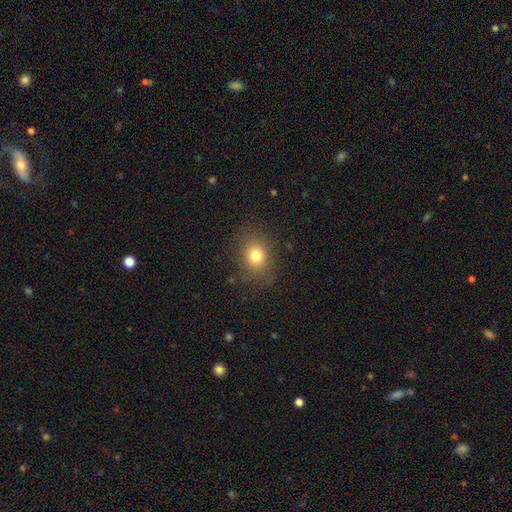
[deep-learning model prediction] Smooth or featured? smooth (77%)
How rounded? round (55%)
Merging? none (82%)